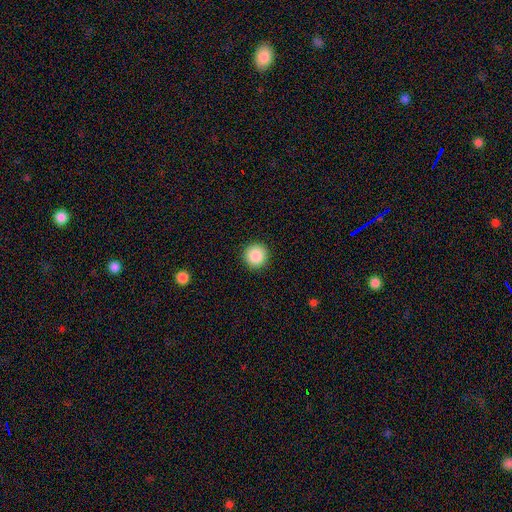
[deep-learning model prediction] Smooth or featured?
  - smooth: 88% *
  - star or artifact: 9%
  - featured or disk: 3%
How rounded?
  - round: 96% *
  - in between: 3%
  - cigar-shaped: 1%
Merging?
  - none: 93% *
  - minor disturbance: 5%
  - major disturbance: 2%
  - merger: 1%